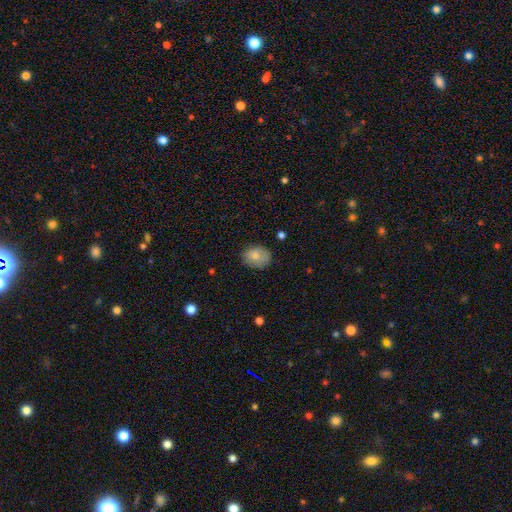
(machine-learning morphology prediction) A smooth galaxy with no disk features (80%) that is in between round and cigar-shaped (62%). Merging: none (73%).